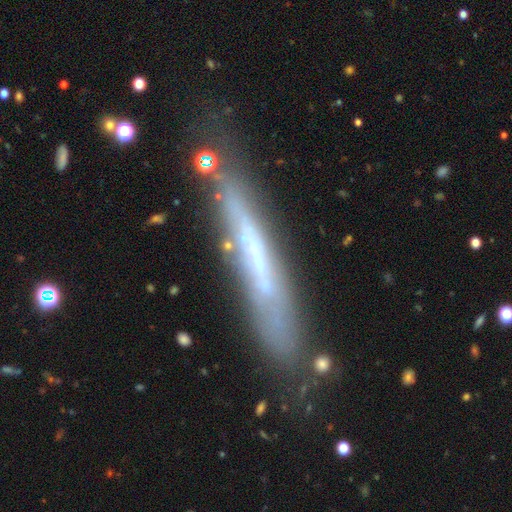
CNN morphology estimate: smooth-or-featured: featured or disk: 60% | smooth: 31% | star or artifact: 9%
  disk-edge-on: yes: 82% | no: 18%
  merging: none: 77% | minor disturbance: 15% | major disturbance: 5% | merger: 3%